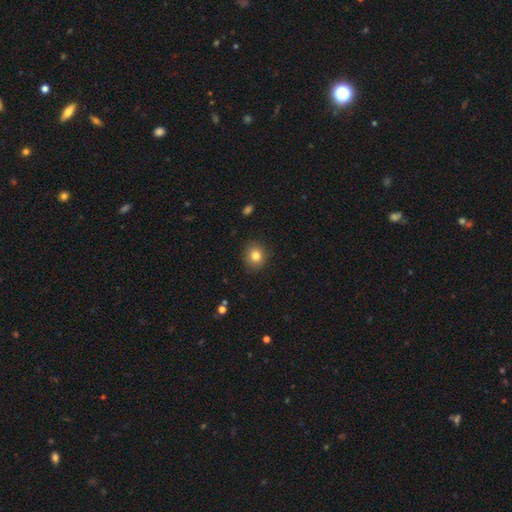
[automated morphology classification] Smooth or featured? Predicted: smooth (p=0.81). How rounded? Predicted: round (p=0.81). Merging? Predicted: none (p=0.89).